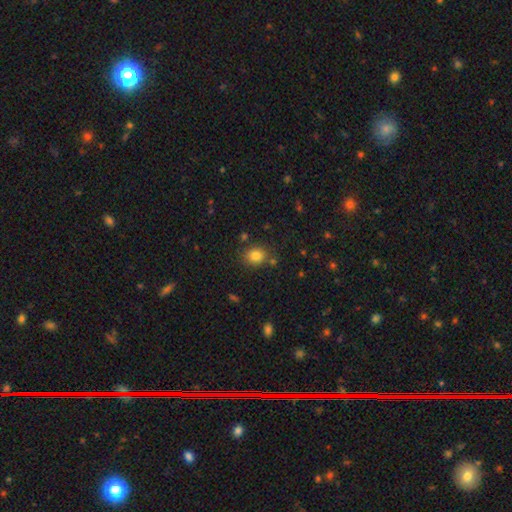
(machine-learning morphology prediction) A smooth galaxy with no disk features (82%) that is round (60%). Merging: none (79%).